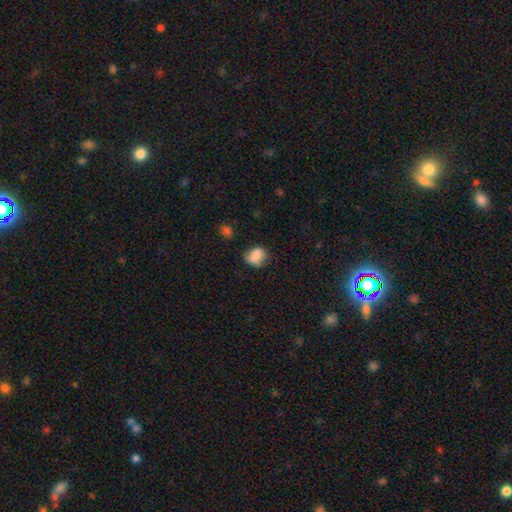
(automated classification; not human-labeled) The model was most divided on "how rounded": round: 52%, in between: 47%, cigar-shaped: 1%. More confident: smooth or featured — smooth (72%); merging — none (56%).